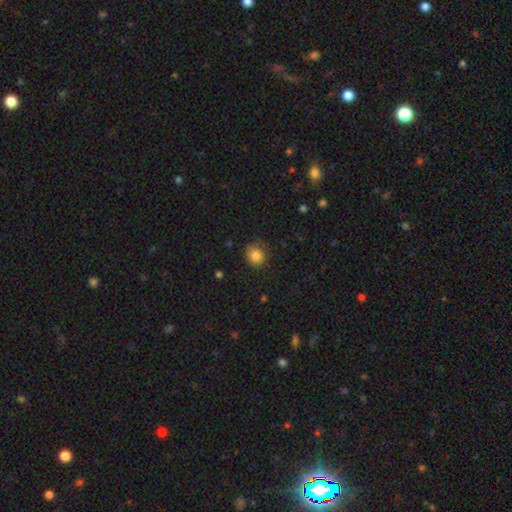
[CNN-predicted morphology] Smooth or featured?
  - smooth: 86% *
  - star or artifact: 10%
  - featured or disk: 5%
How rounded?
  - round: 82% *
  - in between: 17%
  - cigar-shaped: 1%
Merging?
  - none: 71% *
  - minor disturbance: 21%
  - major disturbance: 6%
  - merger: 1%